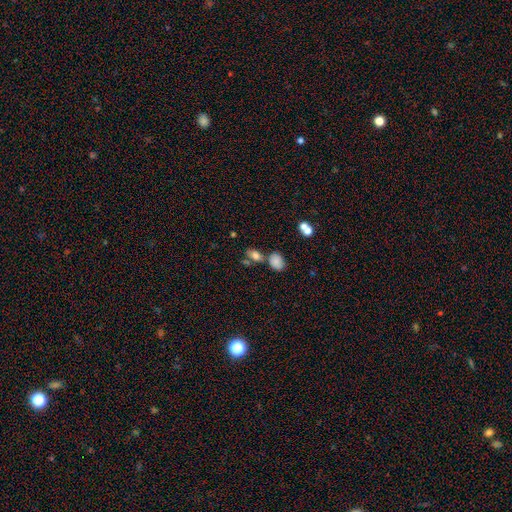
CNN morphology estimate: Smooth or featured? smooth (77%)
How rounded? in between (74%)
Merging? none (52%)